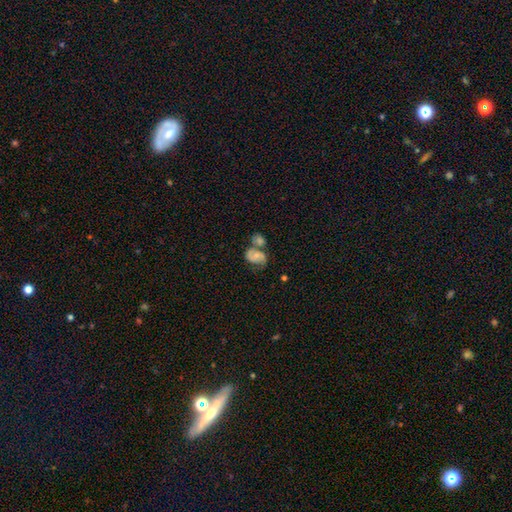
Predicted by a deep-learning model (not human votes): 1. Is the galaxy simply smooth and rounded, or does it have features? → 61% featured or disk, 31% smooth, 8% star or artifact.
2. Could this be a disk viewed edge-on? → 98% no, 2% yes.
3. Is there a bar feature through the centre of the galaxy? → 69% no, 26% weak, 6% strong.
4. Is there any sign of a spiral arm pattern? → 86% yes, 14% no.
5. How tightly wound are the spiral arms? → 49% medium, 29% tight, 22% loose.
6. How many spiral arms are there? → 80% 2, 9% can't tell, 8% 1, 2% 3, 1% 4, 1% more than 4.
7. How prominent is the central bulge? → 47% moderate, 43% small, 5% none, 3% large, 1% dominant.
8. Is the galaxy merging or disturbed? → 43% merger, 32% none, 15% minor disturbance, 9% major disturbance.